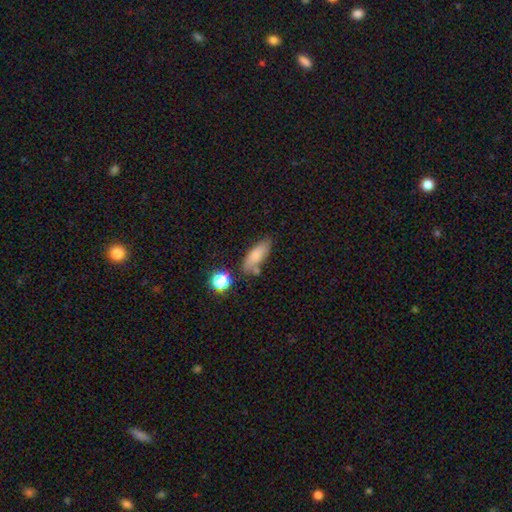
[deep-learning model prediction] Morphology: type=smooth (78%); roundness=in between (70%); merging=none (64%).